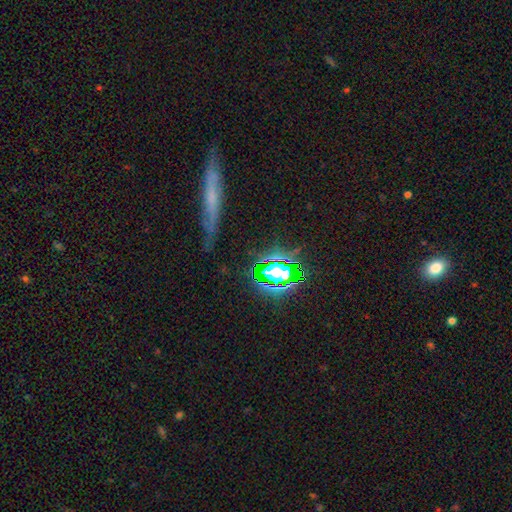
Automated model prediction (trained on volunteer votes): Overall: star or artifact (50%; smooth 28%).